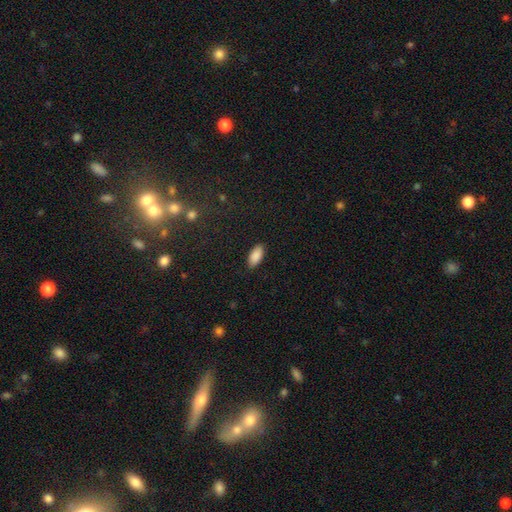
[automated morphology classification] smooth 90%, star or artifact 7%, featured or disk 4%. Down the decision tree: how rounded — in between (91%); merging — none (88%).